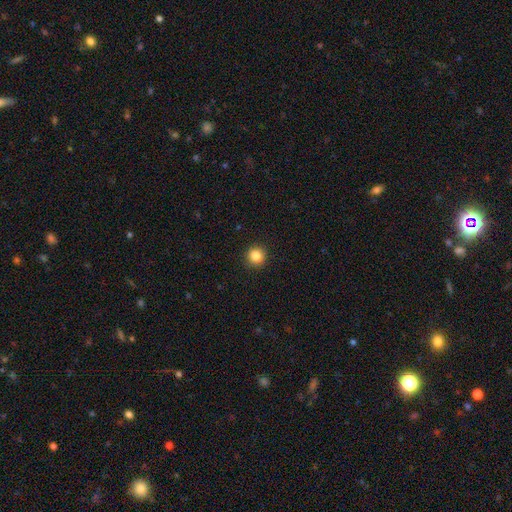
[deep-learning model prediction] smooth_or_featured: smooth (p=0.85) [alt: star or artifact p=0.11]
how_rounded: round (p=0.95) [alt: in between p=0.04]
merging: none (p=0.93) [alt: minor disturbance p=0.05]